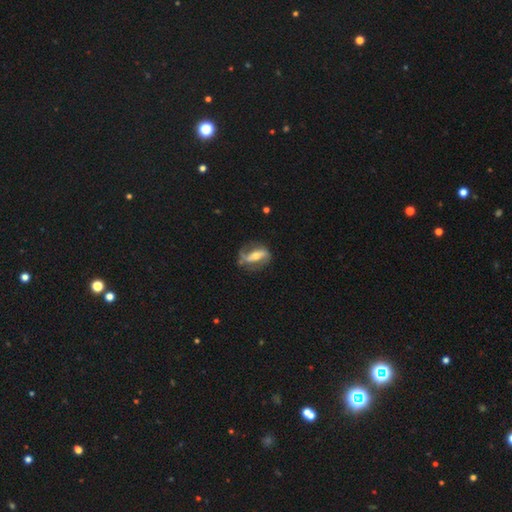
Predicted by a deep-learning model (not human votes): Overall: featured or disk (75%). Edge-on disk: no (89%). Bar: strong (56%; weak 25%). Spiral arms: yes (82%). Spiral arm count: 2 (79%). Spiral winding: loose (44%; medium 36%). Bulge size: moderate (55%; small 35%). Merging: none (61%; minor disturbance 22%).